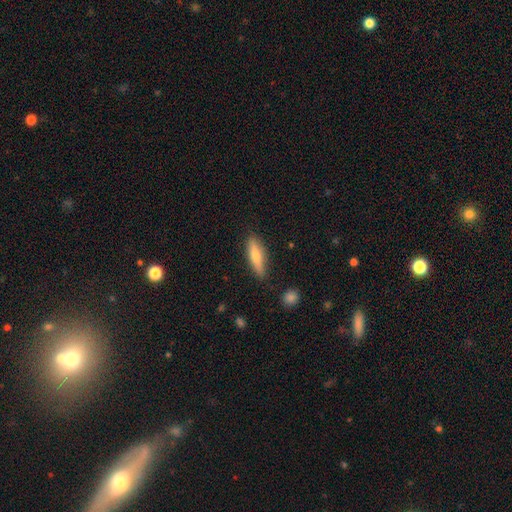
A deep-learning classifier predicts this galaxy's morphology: Smooth or featured: smooth — 58% (featured or disk — 35%)
How rounded: cigar-shaped — 75% (in between — 22%)
Merging: none — 86% (minor disturbance — 10%)